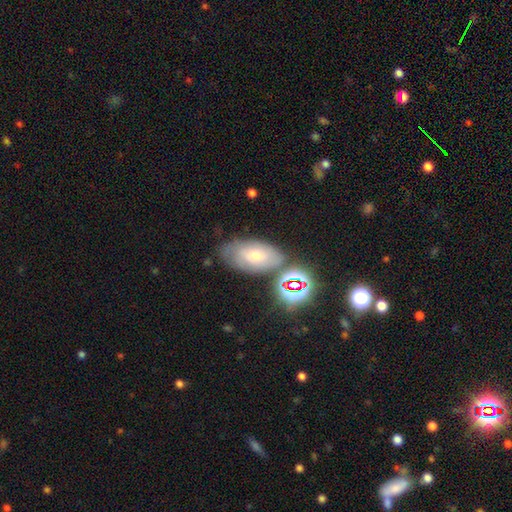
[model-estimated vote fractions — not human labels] Smooth or featured? smooth (43%)
Merging? none (66%)